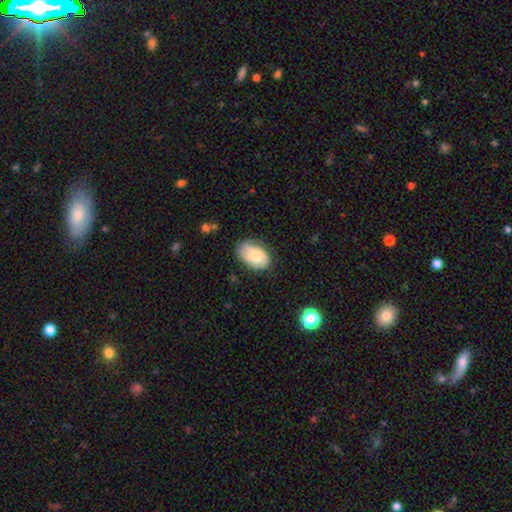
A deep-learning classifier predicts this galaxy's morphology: smooth 68%, featured or disk 25%, star or artifact 7%. Down the decision tree: how rounded — in between (91%); merging — none (62%).